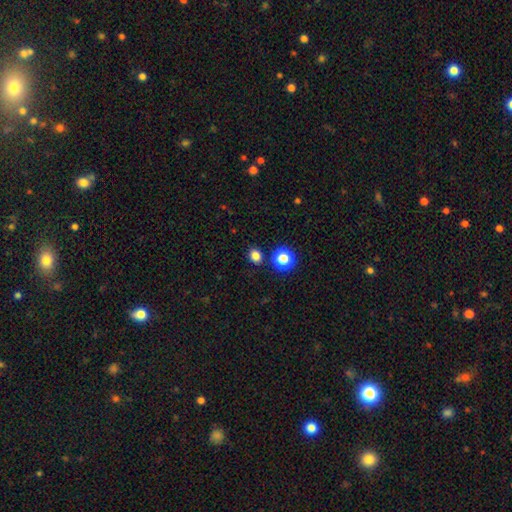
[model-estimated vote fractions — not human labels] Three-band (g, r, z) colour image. It shows a smooth galaxy with no disk features (80%) that is round (61%). Merging: none (83%).